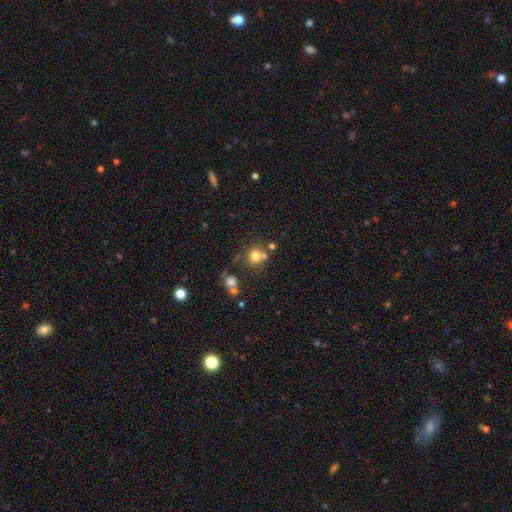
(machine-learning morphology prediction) A smooth galaxy with no disk features (73%) that is round (87%).

Vote fractions:
- Smooth or featured? smooth: 73% / star or artifact: 15% / featured or disk: 12%
- How rounded? round: 87% / in between: 12% / cigar-shaped: 1%
- Merging? none: 56% / merger: 25% / minor disturbance: 12% / major disturbance: 7%